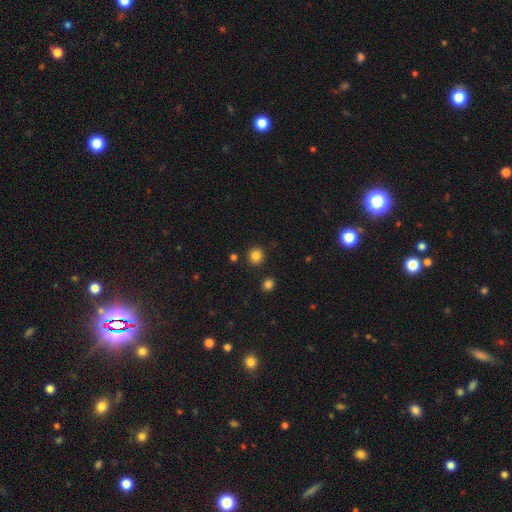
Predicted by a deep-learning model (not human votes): A smooth galaxy with no disk features (85%) that is round (93%). Merging: none (90%).